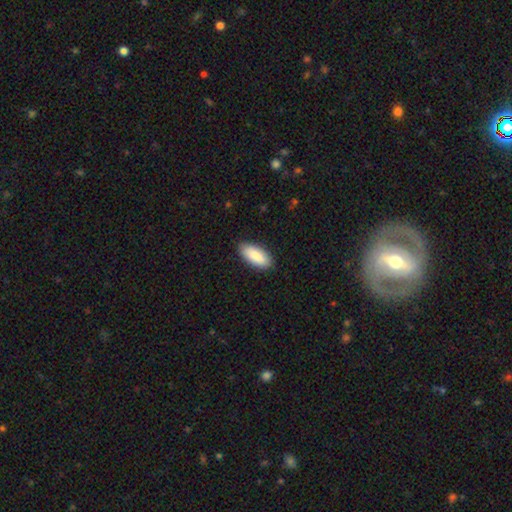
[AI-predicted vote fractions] Smooth or featured? Predicted: smooth (p=0.88). How rounded? Predicted: in between (p=0.87). Merging? Predicted: none (p=0.88).